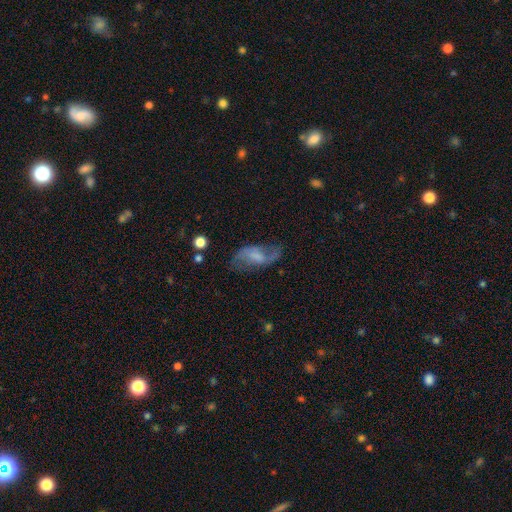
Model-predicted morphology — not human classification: A featured or disk galaxy (62%) with a weak bar (46%), spiral arms (78%) and no central bulge (41%). Merging: none (58%).